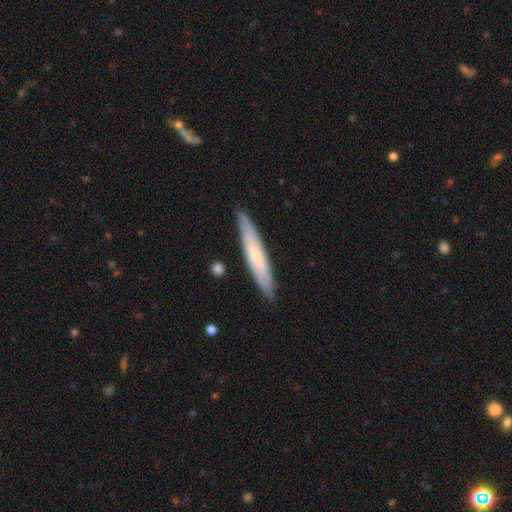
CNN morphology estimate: Overall: smooth (62%; featured or disk 32%). How rounded: cigar-shaped (92%). Merging: none (87%).